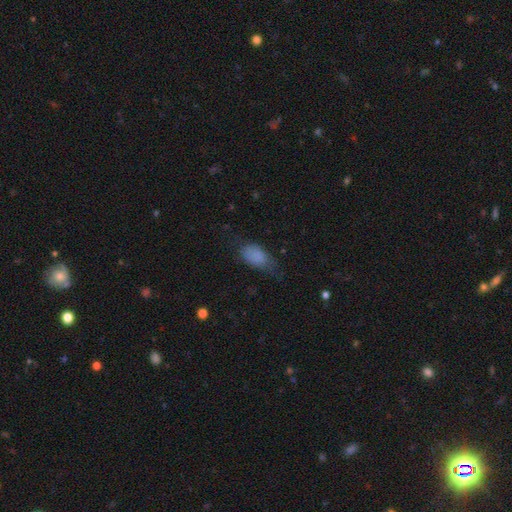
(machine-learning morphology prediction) Overall: smooth (82%). How rounded: in between (90%). Merging: none (49%; minor disturbance 34%).